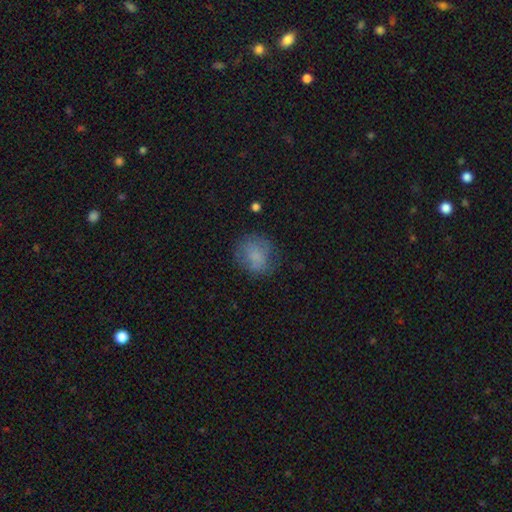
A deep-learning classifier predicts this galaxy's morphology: Q: Smooth or featured?
A: smooth (70%); runner-up: featured or disk (19%)
Q: How rounded?
A: round (73%); runner-up: in between (26%)
Q: Merging?
A: none (67%); runner-up: minor disturbance (21%)